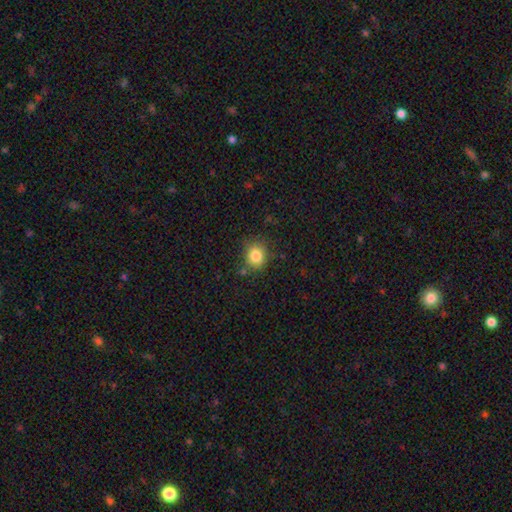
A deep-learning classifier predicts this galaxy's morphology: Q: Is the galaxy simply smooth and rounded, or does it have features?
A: smooth — 83%.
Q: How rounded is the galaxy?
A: round — 74%.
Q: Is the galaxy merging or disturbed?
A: none — 77%.